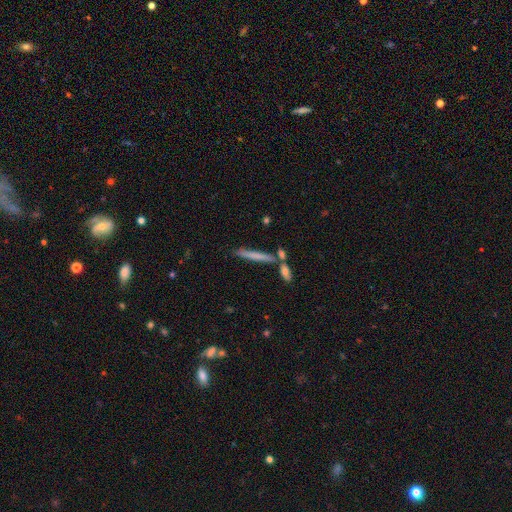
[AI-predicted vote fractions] Smooth or featured?
  - smooth: 62% *
  - featured or disk: 32%
  - star or artifact: 7%
How rounded?
  - cigar-shaped: 94% *
  - in between: 4%
  - round: 2%
Merging?
  - none: 73% *
  - merger: 14%
  - minor disturbance: 10%
  - major disturbance: 3%